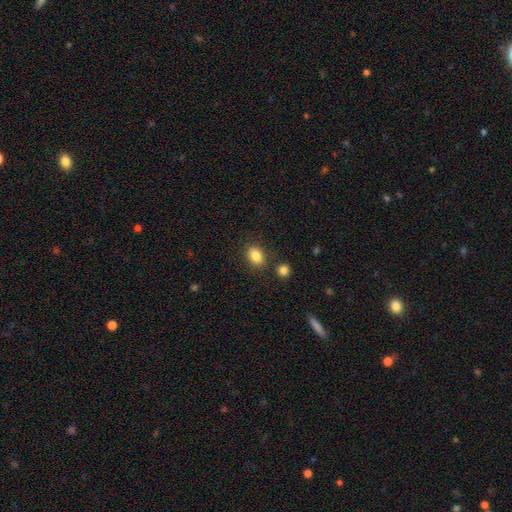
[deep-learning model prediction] Smooth or featured: smooth — 86% (star or artifact — 9%)
How rounded: in between — 77% (round — 22%)
Merging: none — 81% (minor disturbance — 10%)